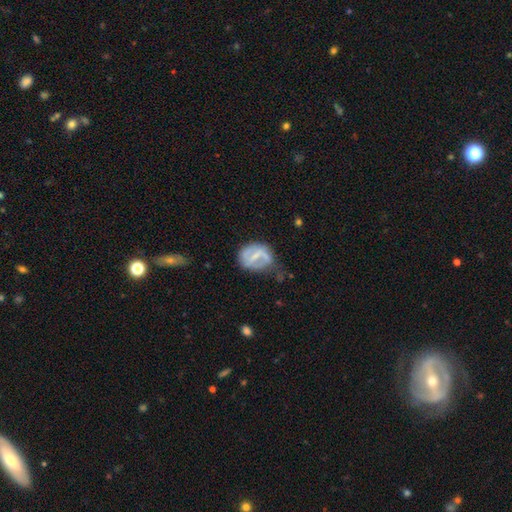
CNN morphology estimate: Smooth or featured? Predicted: featured or disk (p=0.63). Edge-on disk? Predicted: no (p=0.97). Bar? Predicted: weak (p=0.43). Spiral arms? Predicted: yes (p=0.63). Bulge size? Predicted: small (p=0.46). Merging? Predicted: none (p=0.41).